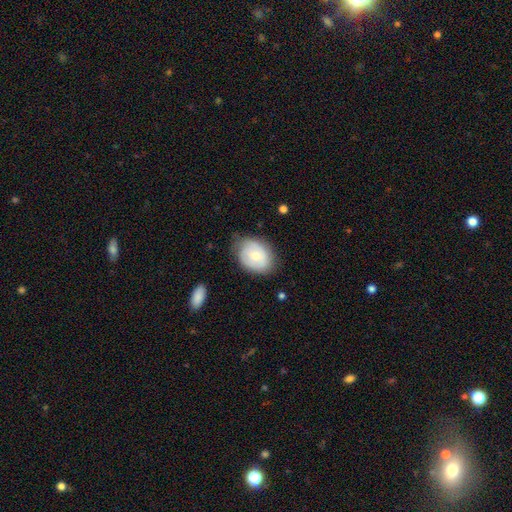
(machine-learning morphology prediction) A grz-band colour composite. It shows a smooth galaxy with no disk features (59%) that is in between round and cigar-shaped (61%). Merging: none (68%).